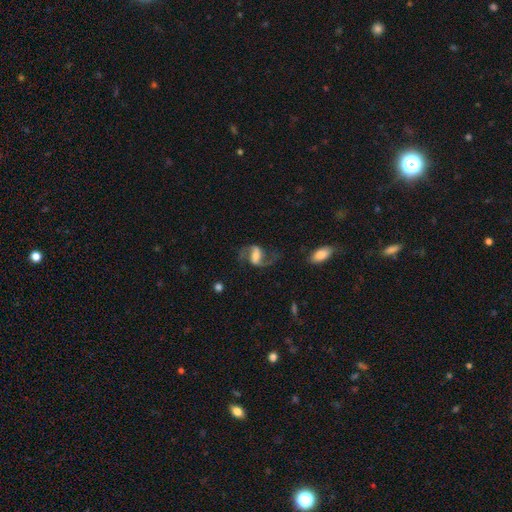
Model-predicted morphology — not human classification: Smooth or featured?
  - featured or disk: 82% *
  - smooth: 11%
  - star or artifact: 7%
Edge-on disk?
  - no: 97% *
  - yes: 3%
Bar?
  - weak: 41% *
  - strong: 40%
  - no: 19%
Spiral arms?
  - yes: 95% *
  - no: 5%
Spiral winding?
  - loose: 60% *
  - medium: 34%
  - tight: 6%
Spiral arm count?
  - 2: 93% *
  - 1: 2%
  - can't tell: 2%
  - 3: 1%
  - 4: 1%
  - more than 4: 1%
Bulge size?
  - moderate: 34% *
  - small: 24%
  - large: 22%
  - none: 16%
  - dominant: 4%
Merging?
  - none: 71% *
  - minor disturbance: 14%
  - major disturbance: 13%
  - merger: 2%